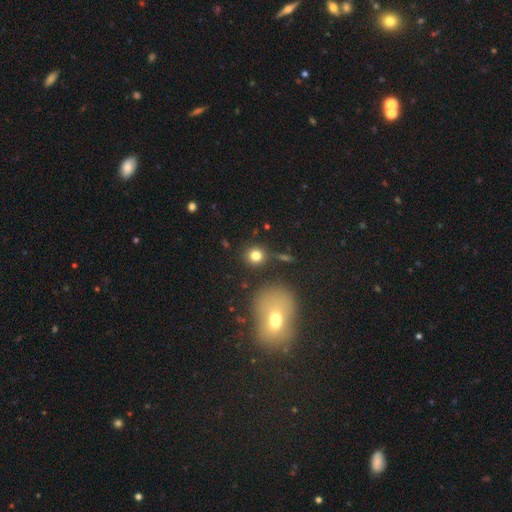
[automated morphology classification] This is likely a smooth galaxy (79%). How rounded: clearly round (84%). Merging: likely none (77%).